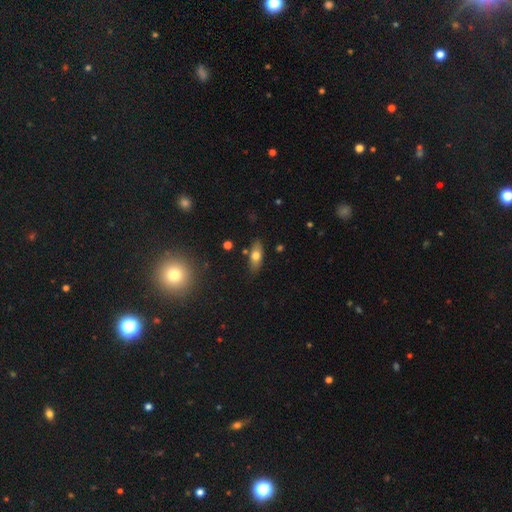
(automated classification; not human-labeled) Smooth or featured?
  - smooth: 69% *
  - featured or disk: 23%
  - star or artifact: 8%
How rounded?
  - in between: 77% *
  - cigar-shaped: 19%
  - round: 4%
Merging?
  - none: 79% *
  - minor disturbance: 15%
  - merger: 4%
  - major disturbance: 3%